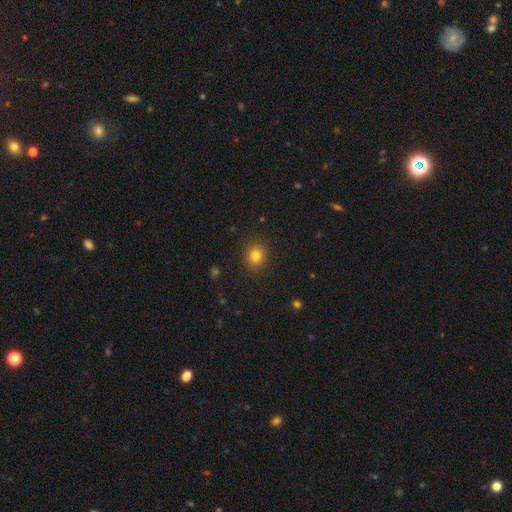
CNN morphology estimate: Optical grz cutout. It shows a smooth galaxy with no disk features (81%) that is round (77%). Merging: none (89%).